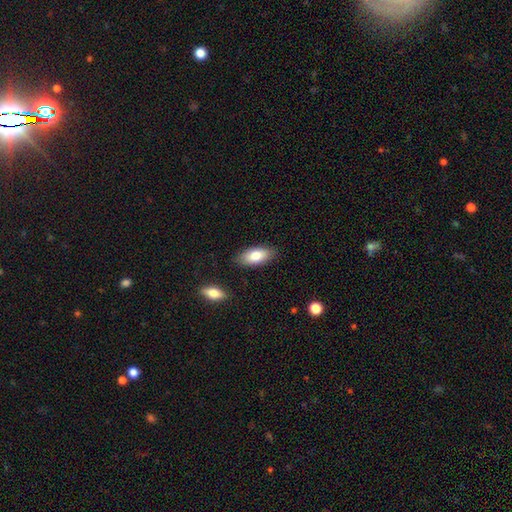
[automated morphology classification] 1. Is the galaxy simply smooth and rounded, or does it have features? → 81% smooth, 13% featured or disk, 6% star or artifact.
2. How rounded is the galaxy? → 88% in between, 10% cigar-shaped, 3% round.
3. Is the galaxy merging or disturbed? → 86% none, 10% minor disturbance, 2% major disturbance, 2% merger.